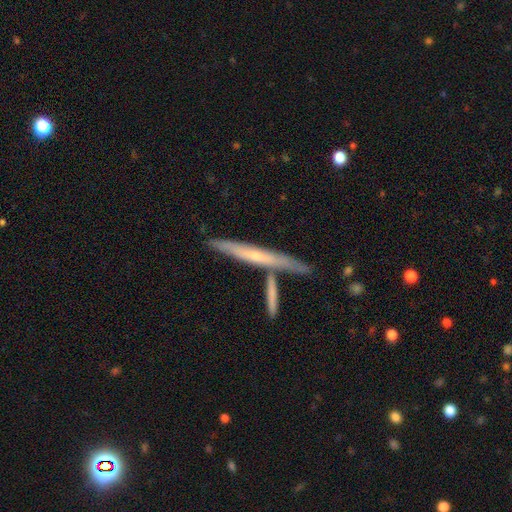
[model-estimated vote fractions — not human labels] Q: Smooth or featured?
A: featured or disk (56%); runner-up: smooth (38%)
Q: Edge-on disk?
A: yes (91%); runner-up: no (9%)
Q: Edge-on bulge?
A: none (60%); runner-up: rounded (36%)
Q: Merging?
A: none (70%); runner-up: merger (16%)